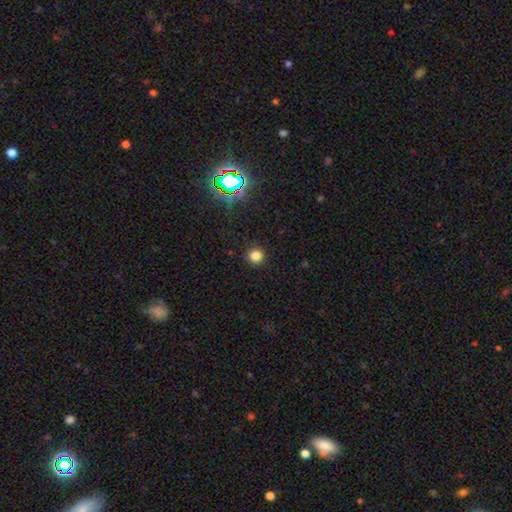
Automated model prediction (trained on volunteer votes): Morphology: type=smooth (78%); roundness=round (93%); merging=none (90%).